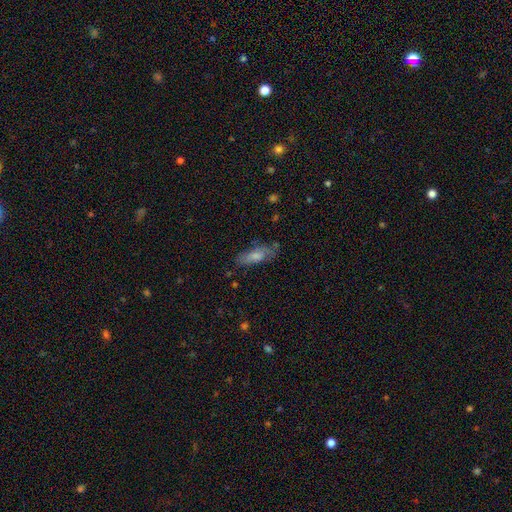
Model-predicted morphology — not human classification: smooth-or-featured: smooth: 71% | featured or disk: 22% | star or artifact: 7%
  how-rounded: in between: 67% | cigar-shaped: 31% | round: 2%
  merging: none: 64% | minor disturbance: 24% | major disturbance: 8% | merger: 4%